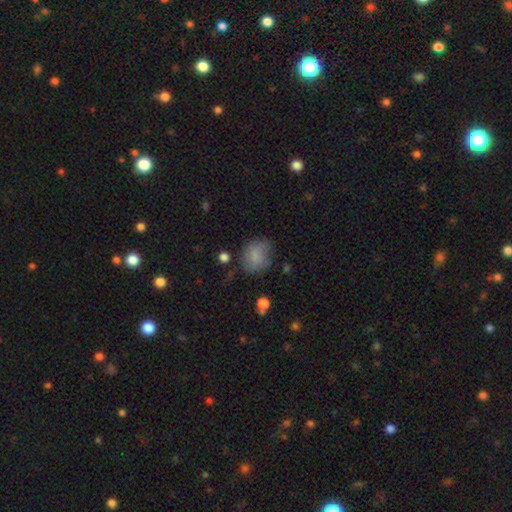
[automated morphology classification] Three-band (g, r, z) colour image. It shows a smooth galaxy with no disk features (79%) that is round (56%). Merging: none (63%).